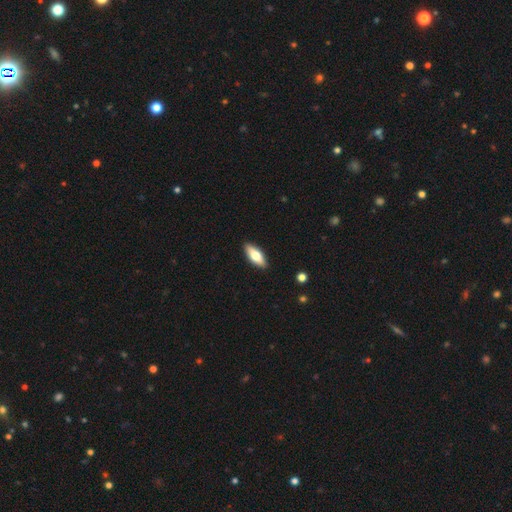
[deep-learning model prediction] Smooth or featured: smooth — 66% (featured or disk — 28%)
How rounded: in between — 74% (cigar-shaped — 24%)
Merging: none — 90% (minor disturbance — 8%)